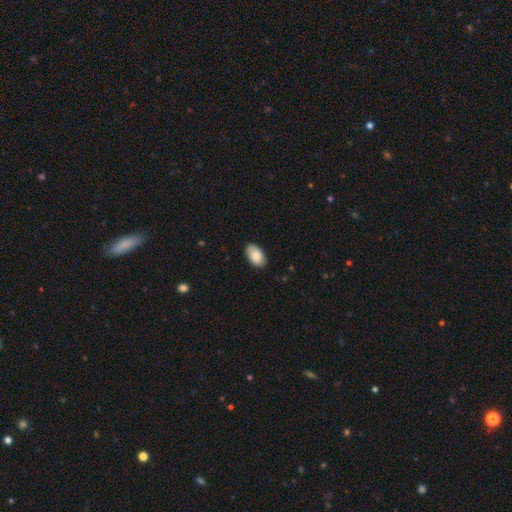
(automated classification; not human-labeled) Morphology: type=smooth (86%); roundness=in between (94%); merging=none (85%).